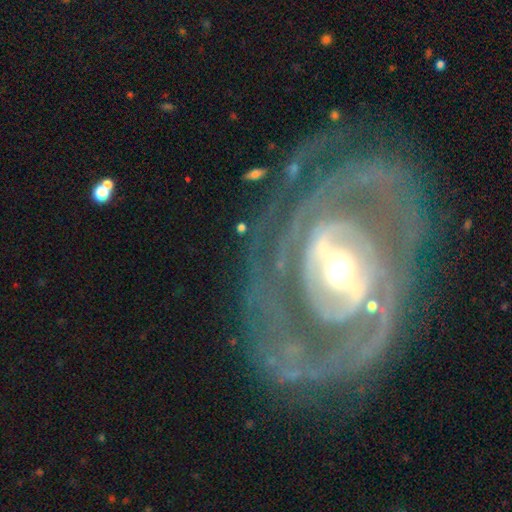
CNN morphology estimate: This is clearly a featured or disk galaxy (89%). It is clearly not viewed edge-on (96%). Bar: possibly strong (48%). Spiral arm pattern: clearly yes (89%). Spiral arm count: possibly 2 (48%). Spiral winding: likely tight (61%). Central bulge: possibly moderate (59%). Merging: likely none (72%).